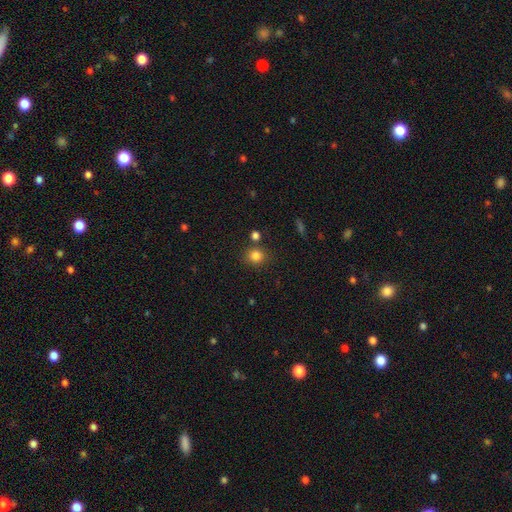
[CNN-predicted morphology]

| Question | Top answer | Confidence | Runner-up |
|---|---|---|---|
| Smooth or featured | smooth | 83% | star or artifact (13%) |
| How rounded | round | 84% | in between (15%) |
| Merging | none | 79% | minor disturbance (9%) |